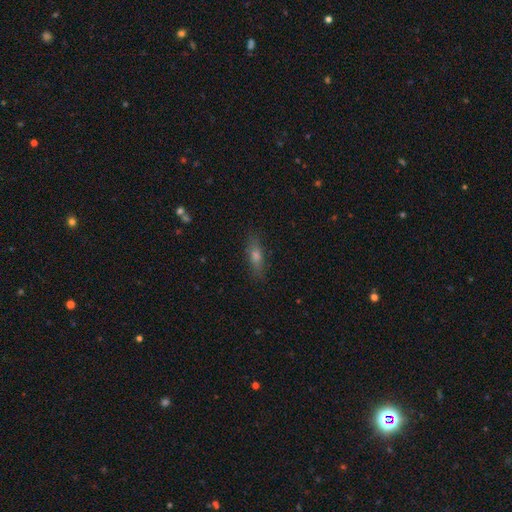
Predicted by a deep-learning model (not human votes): Smooth or featured: smooth — 56% (featured or disk — 31%)
How rounded: cigar-shaped — 58% (in between — 37%)
Merging: none — 86% (minor disturbance — 11%)